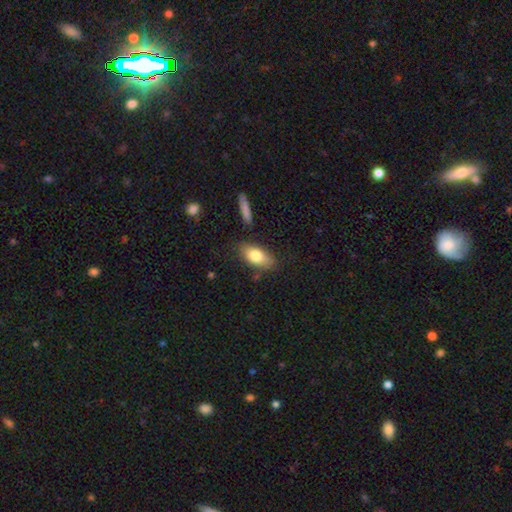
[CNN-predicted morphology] Q: Smooth or featured?
A: smooth (79%); runner-up: featured or disk (15%)
Q: How rounded?
A: in between (87%); runner-up: cigar-shaped (8%)
Q: Merging?
A: none (78%); runner-up: minor disturbance (15%)